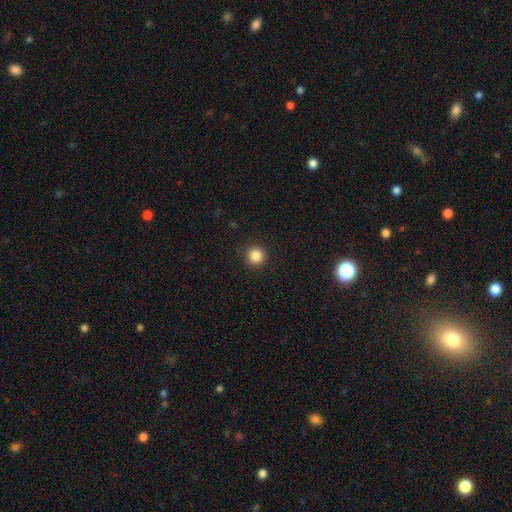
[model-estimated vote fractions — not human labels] Smooth or featured?
  - smooth: 85% *
  - star or artifact: 11%
  - featured or disk: 4%
How rounded?
  - round: 95% *
  - in between: 4%
  - cigar-shaped: 1%
Merging?
  - none: 93% *
  - minor disturbance: 5%
  - major disturbance: 2%
  - merger: 1%